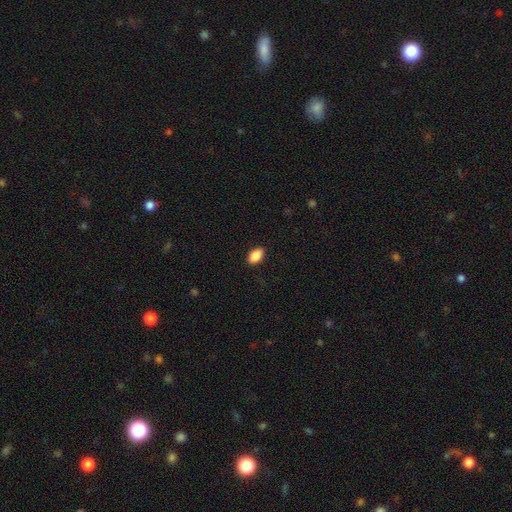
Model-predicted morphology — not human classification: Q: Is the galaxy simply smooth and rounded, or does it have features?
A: smooth — 89%.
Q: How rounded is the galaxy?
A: in between — 91%.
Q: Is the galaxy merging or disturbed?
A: none — 89%.